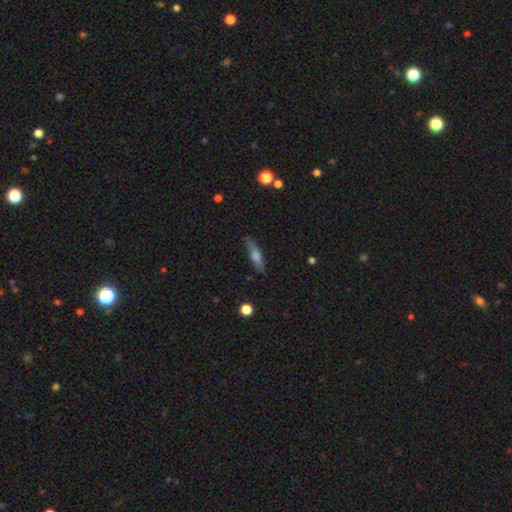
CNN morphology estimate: A smooth galaxy with no disk features (52%) that is cigar-shaped (69%). Merging: none (72%).